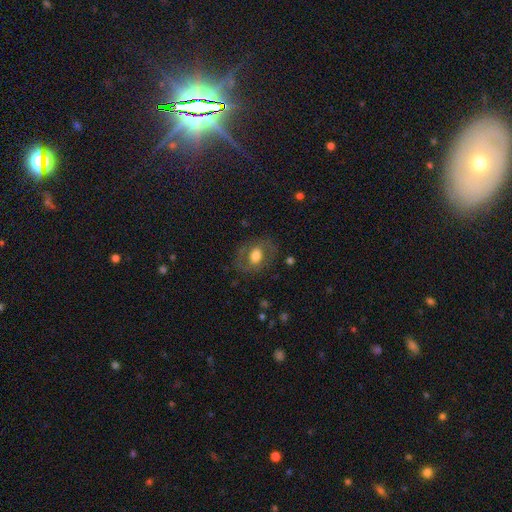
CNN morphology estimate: This appears to be a smooth galaxy with no disk features (57%) that is in between round and cigar-shaped (67%). Merging: none (74%).